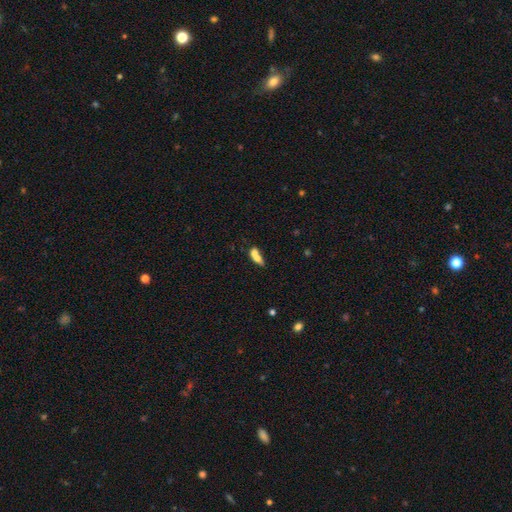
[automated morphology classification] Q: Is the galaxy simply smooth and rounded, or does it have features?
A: smooth — 66%.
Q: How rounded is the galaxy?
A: in between — 64%.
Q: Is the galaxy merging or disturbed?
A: merger — 65%.